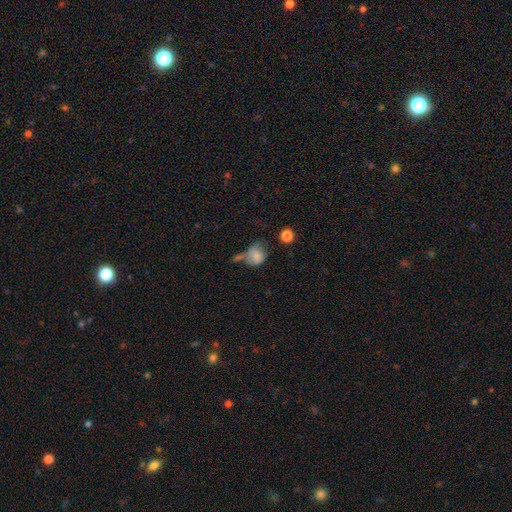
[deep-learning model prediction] Q: Smooth or featured?
A: smooth (72%); runner-up: featured or disk (17%)
Q: How rounded?
A: round (52%); runner-up: in between (47%)
Q: Merging?
A: none (27%); runner-up: merger (25%)